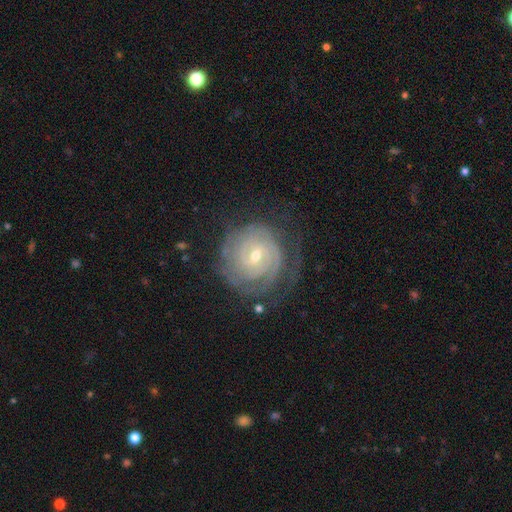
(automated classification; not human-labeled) Smooth or featured? featured or disk (85%)
Edge-on disk? no (97%)
Bar? no (48%)
Spiral arms? yes (96%)
Spiral winding? tight (82%)
Spiral arm count? can't tell (39%)
Bulge size? small (62%)
Merging? none (66%)